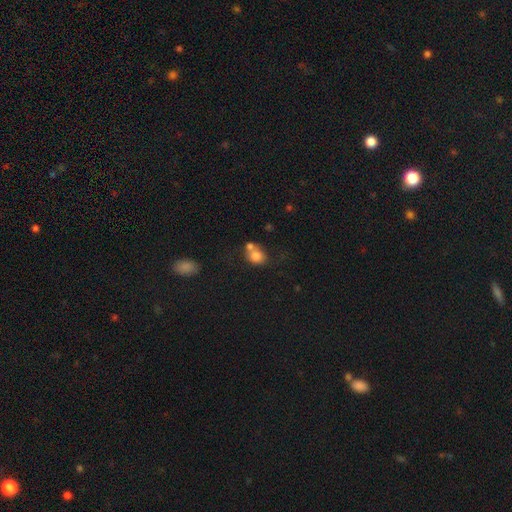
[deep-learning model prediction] smooth_or_featured: smooth (p=0.78) [alt: featured or disk p=0.12]
how_rounded: round (p=0.61) [alt: in between p=0.38]
merging: merger (p=0.42) [alt: none p=0.39]